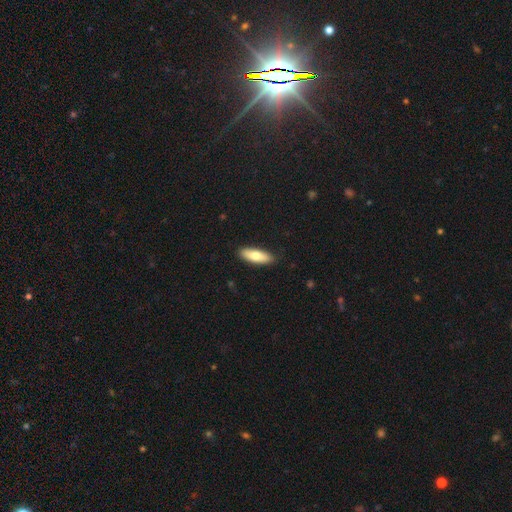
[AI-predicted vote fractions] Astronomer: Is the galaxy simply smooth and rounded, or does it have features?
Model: smooth — 76%.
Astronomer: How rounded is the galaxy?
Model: in between — 60% (runner-up: cigar-shaped, 39%).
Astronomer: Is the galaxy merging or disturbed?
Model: none — 89%.